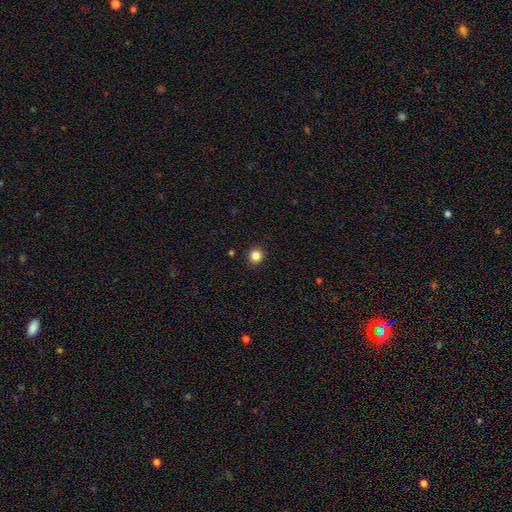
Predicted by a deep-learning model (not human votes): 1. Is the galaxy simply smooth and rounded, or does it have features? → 84% smooth, 12% star or artifact, 4% featured or disk.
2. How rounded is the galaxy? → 91% round, 8% in between, 1% cigar-shaped.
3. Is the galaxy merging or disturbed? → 93% none, 5% minor disturbance, 2% major disturbance, 1% merger.